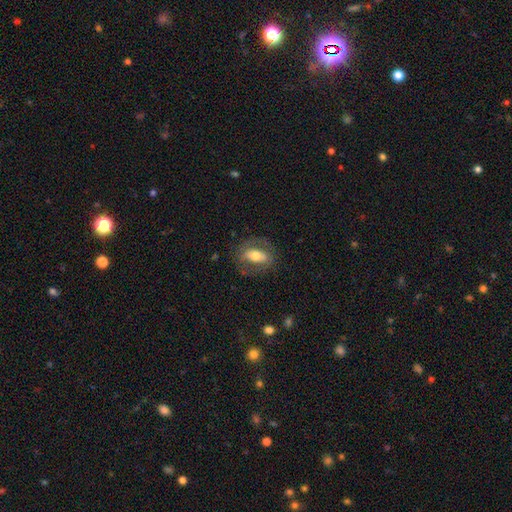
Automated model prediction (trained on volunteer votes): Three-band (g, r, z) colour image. It shows a smooth galaxy with no disk features (47%). Merging: none (71%).